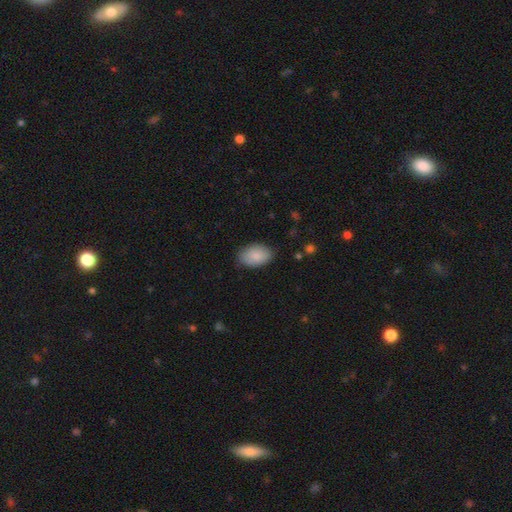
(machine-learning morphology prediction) Smooth or featured? Predicted: smooth (p=0.88). How rounded? Predicted: in between (p=0.91). Merging? Predicted: none (p=0.83).